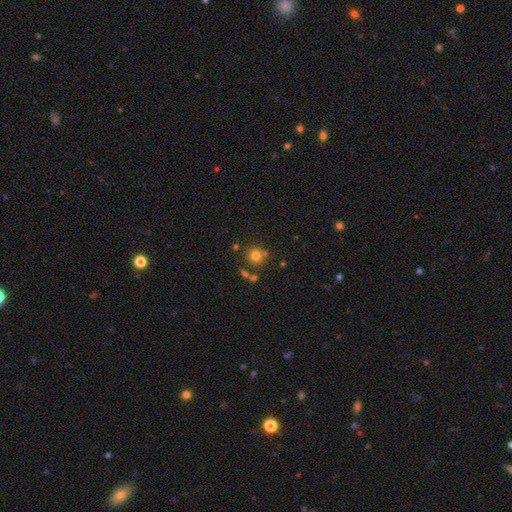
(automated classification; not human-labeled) Smooth or featured? smooth (76%)
How rounded? round (90%)
Merging? none (70%)